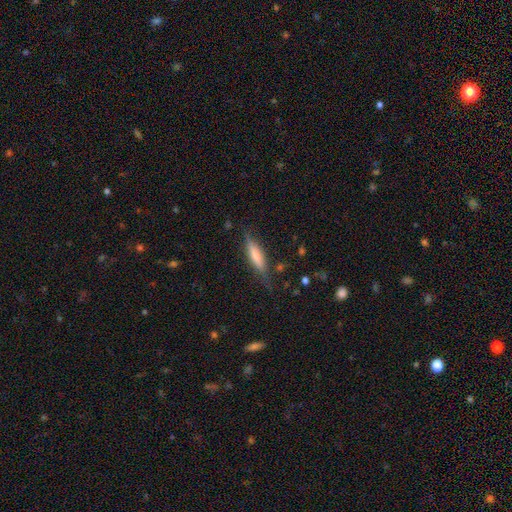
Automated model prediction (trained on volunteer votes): Smooth or featured? Predicted: smooth (p=0.59). How rounded? Predicted: cigar-shaped (p=0.69). Merging? Predicted: none (p=0.69).